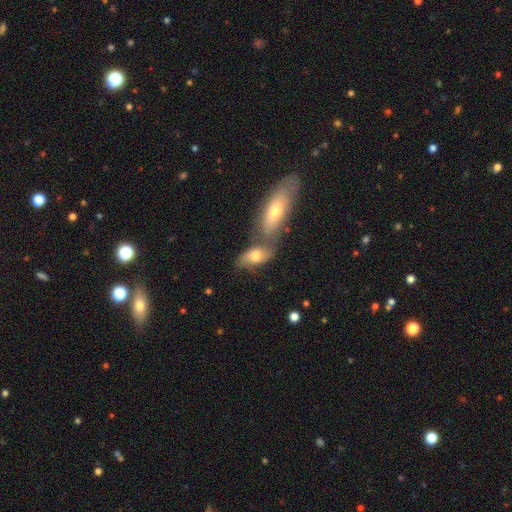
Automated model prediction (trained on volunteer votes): smooth-or-featured: smooth: 62% | featured or disk: 29% | star or artifact: 9%
  how-rounded: in between: 84% | cigar-shaped: 8% | round: 8%
  merging: merger: 47% | none: 34% | minor disturbance: 13% | major disturbance: 7%